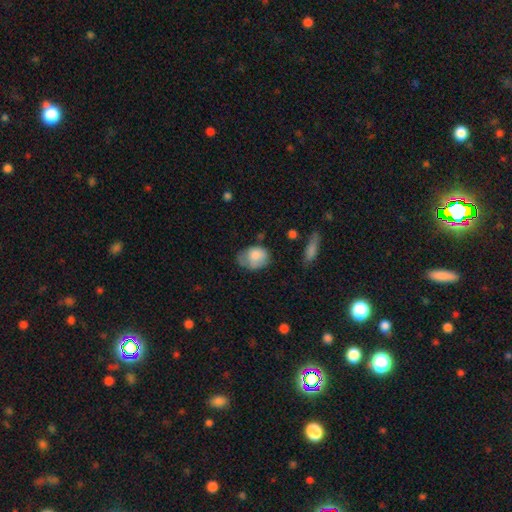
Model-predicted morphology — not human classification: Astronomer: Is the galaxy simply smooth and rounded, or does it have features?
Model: smooth — 77%.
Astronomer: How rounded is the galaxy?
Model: in between — 71%.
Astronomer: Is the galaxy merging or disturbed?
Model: none — 42% (runner-up: minor disturbance, 37%).